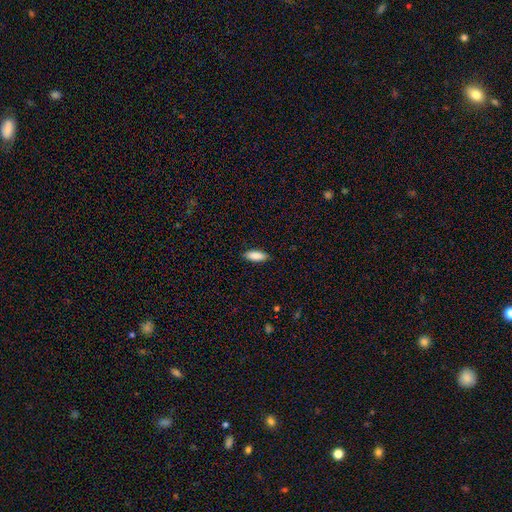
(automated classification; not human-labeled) A smooth galaxy with no disk features (88%) that is in between round and cigar-shaped (72%).

Vote fractions:
- Smooth or featured? smooth: 88% / star or artifact: 6% / featured or disk: 6%
- How rounded? in between: 72% / cigar-shaped: 26% / round: 2%
- Merging? none: 88% / minor disturbance: 9% / major disturbance: 2% / merger: 1%